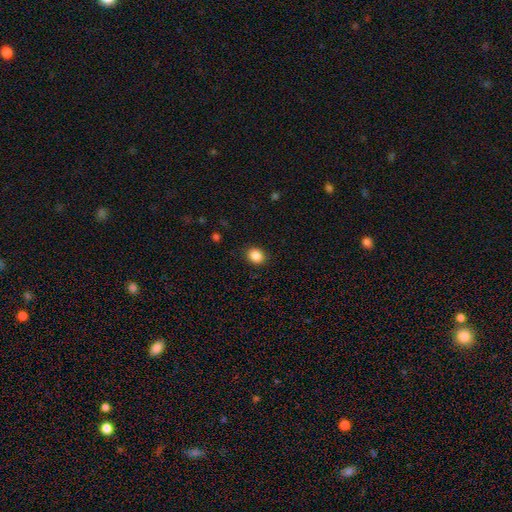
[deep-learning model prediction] smooth 87%, star or artifact 9%, featured or disk 4%. Down the decision tree: how rounded — round (56%); merging — none (89%).